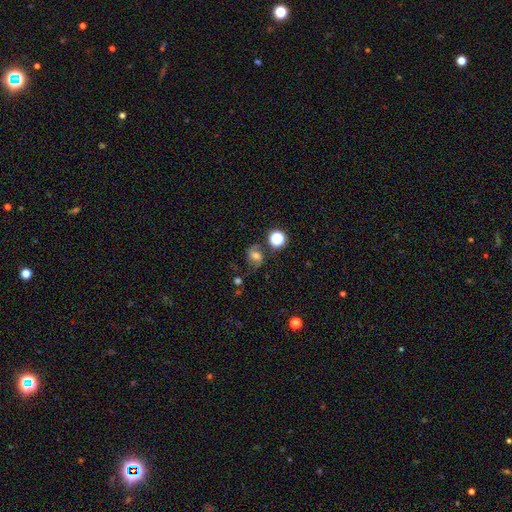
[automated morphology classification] Overall: smooth (42%; featured or disk 39%). Merging: none (61%).